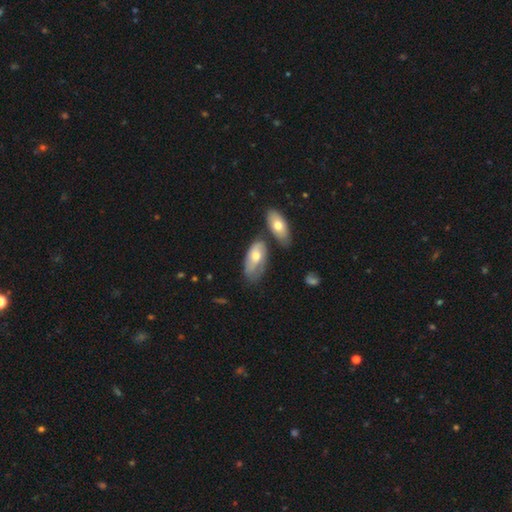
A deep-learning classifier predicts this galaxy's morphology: Q: Smooth or featured?
A: smooth (53%); runner-up: featured or disk (41%)
Q: How rounded?
A: in between (89%); runner-up: cigar-shaped (7%)
Q: Merging?
A: none (46%); runner-up: minor disturbance (25%)